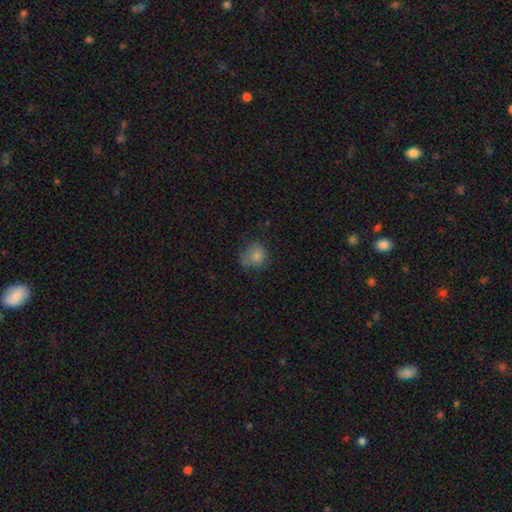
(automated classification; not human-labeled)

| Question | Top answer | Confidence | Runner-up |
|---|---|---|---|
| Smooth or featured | smooth | 80% | star or artifact (10%) |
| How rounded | round | 78% | in between (21%) |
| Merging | none | 55% | minor disturbance (28%) |